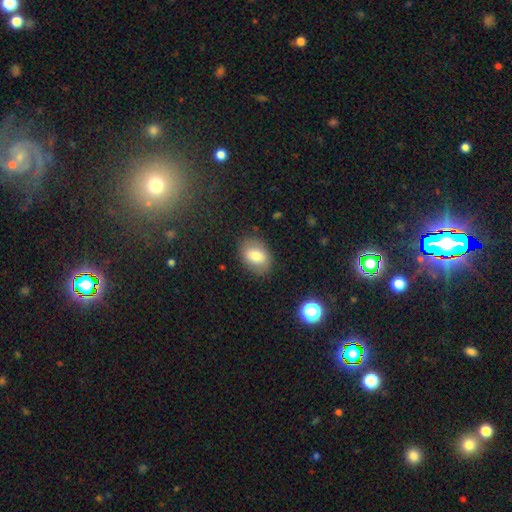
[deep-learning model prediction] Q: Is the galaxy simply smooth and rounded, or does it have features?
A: smooth — 74%.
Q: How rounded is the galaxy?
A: in between — 78%.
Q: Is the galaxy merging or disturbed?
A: none — 82%.